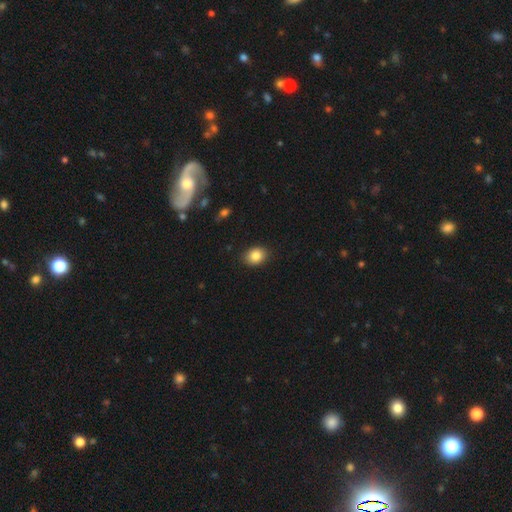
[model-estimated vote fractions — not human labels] Smooth or featured? Predicted: smooth (p=0.86). How rounded? Predicted: in between (p=0.59). Merging? Predicted: none (p=0.88).